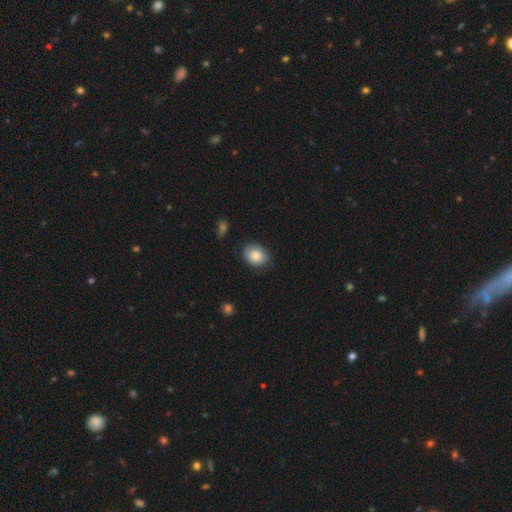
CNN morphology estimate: A smooth galaxy with no disk features (85%) that is in between round and cigar-shaped (56%). Merging: none (78%).